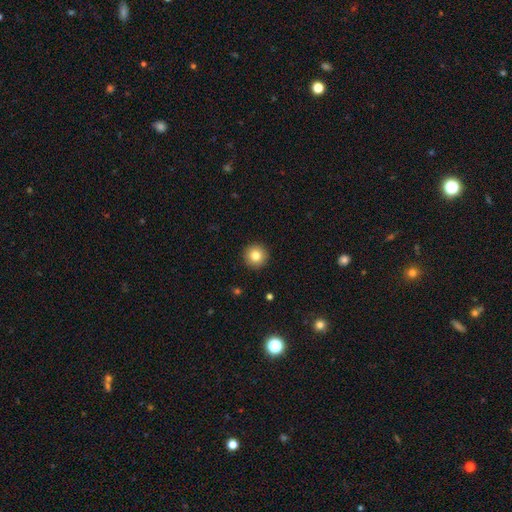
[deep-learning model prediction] Overall: smooth (82%). How rounded: round (96%). Merging: none (93%).